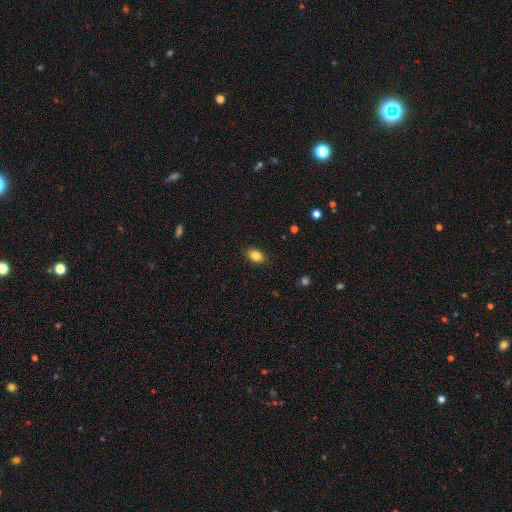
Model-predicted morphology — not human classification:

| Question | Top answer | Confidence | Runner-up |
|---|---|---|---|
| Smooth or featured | smooth | 84% | star or artifact (9%) |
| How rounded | in between | 82% | round (17%) |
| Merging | none | 88% | minor disturbance (9%) |